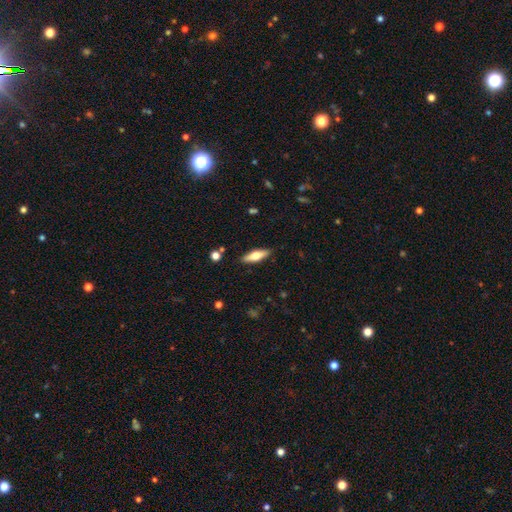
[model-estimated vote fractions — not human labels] Overall: smooth (59%; featured or disk 35%). How rounded: in between (51%; cigar-shaped 47%). Merging: none (88%).